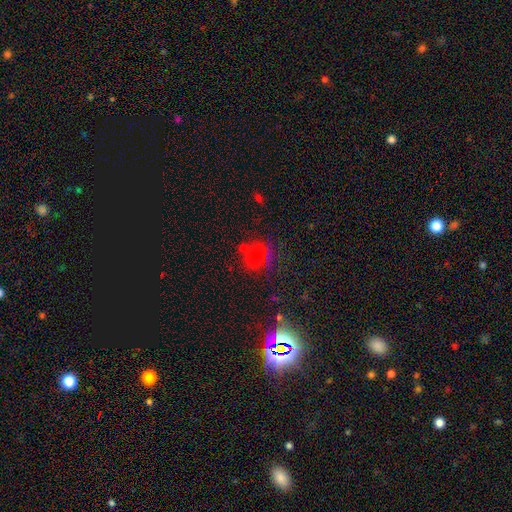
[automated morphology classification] Smooth or featured: smooth — 62% (star or artifact — 26%)
How rounded: round — 74% (in between — 24%)
Merging: none — 65% (minor disturbance — 15%)